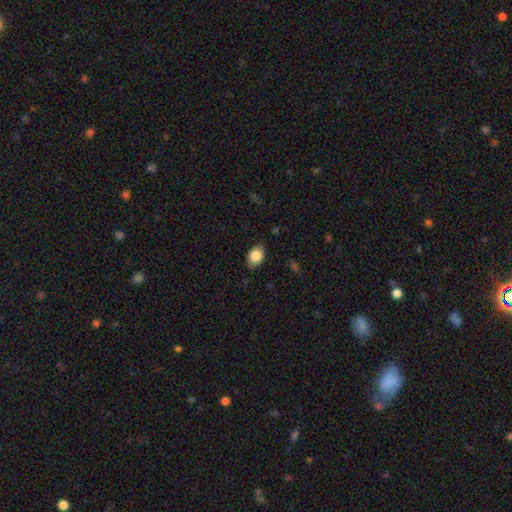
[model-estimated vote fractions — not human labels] This is clearly a smooth galaxy (85%). How rounded: likely in between (79%). Merging: clearly none (80%).